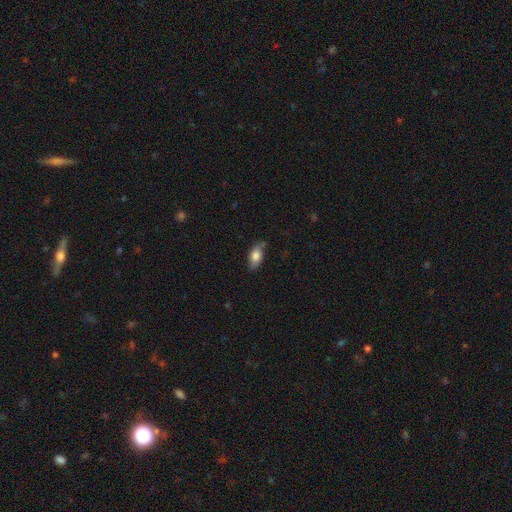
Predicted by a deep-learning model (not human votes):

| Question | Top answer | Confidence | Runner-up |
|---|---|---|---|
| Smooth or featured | smooth | 67% | featured or disk (26%) |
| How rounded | in between | 85% | cigar-shaped (10%) |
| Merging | none | 72% | minor disturbance (21%) |